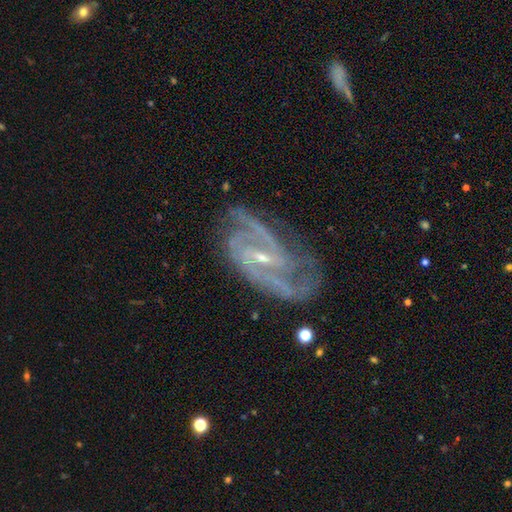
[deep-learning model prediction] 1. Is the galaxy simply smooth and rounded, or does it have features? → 90% featured or disk, 6% star or artifact, 4% smooth.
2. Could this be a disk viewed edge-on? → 96% no, 4% yes.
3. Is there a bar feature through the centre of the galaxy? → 43% weak, 35% strong, 22% no.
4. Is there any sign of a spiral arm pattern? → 98% yes, 2% no.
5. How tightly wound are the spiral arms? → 51% medium, 34% tight, 15% loose.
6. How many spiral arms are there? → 53% 2, 19% 3, 11% can't tell, 6% 4, 5% 1, 5% more than 4.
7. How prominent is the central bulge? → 78% small, 18% moderate, 2% none, 1% large, 1% dominant.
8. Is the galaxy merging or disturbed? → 70% none, 20% minor disturbance, 9% major disturbance, 2% merger.